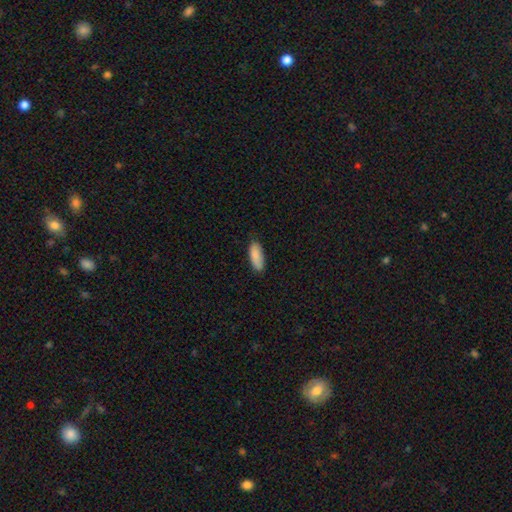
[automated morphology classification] type=smooth (88%); roundness=in between (72%); merging=none (82%).